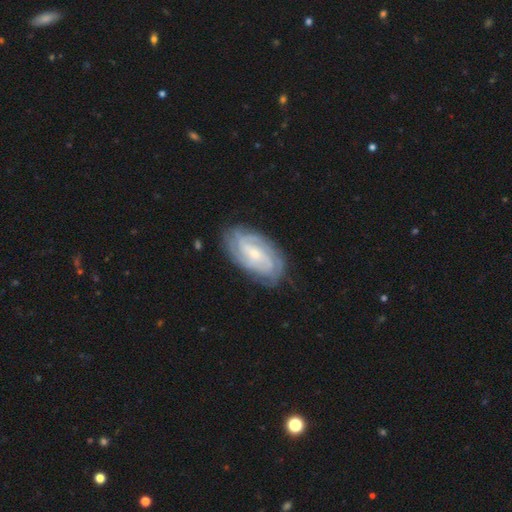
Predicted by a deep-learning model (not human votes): Smooth or featured: featured or disk — 79% (smooth — 13%)
Edge-on disk: no — 95% (yes — 5%)
Bar: weak — 44% (no — 40%)
Spiral arms: yes — 96% (no — 4%)
Spiral winding: tight — 65% (medium — 28%)
Spiral arm count: can't tell — 31% (2 — 22%)
Bulge size: small — 61% (moderate — 33%)
Merging: none — 82% (minor disturbance — 13%)